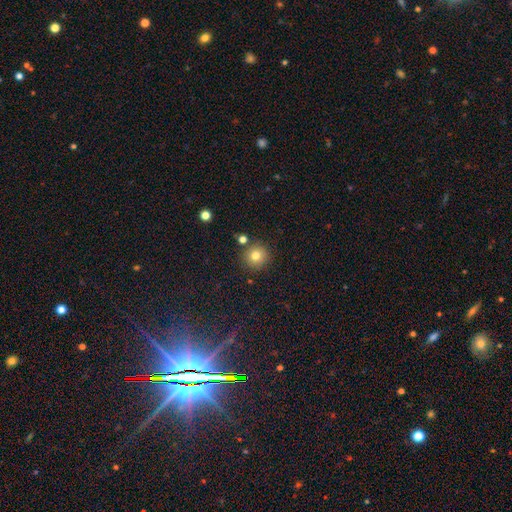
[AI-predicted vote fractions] Smooth or featured: smooth — 79% (star or artifact — 13%)
How rounded: round — 94% (in between — 5%)
Merging: none — 85% (minor disturbance — 7%)